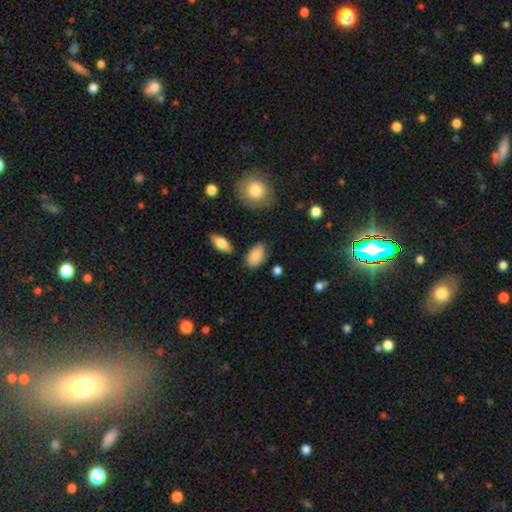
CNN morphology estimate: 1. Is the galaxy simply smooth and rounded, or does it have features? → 83% smooth, 9% featured or disk, 7% star or artifact.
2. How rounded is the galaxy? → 89% in between, 9% round, 2% cigar-shaped.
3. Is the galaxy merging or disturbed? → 71% none, 20% minor disturbance, 4% major disturbance, 4% merger.